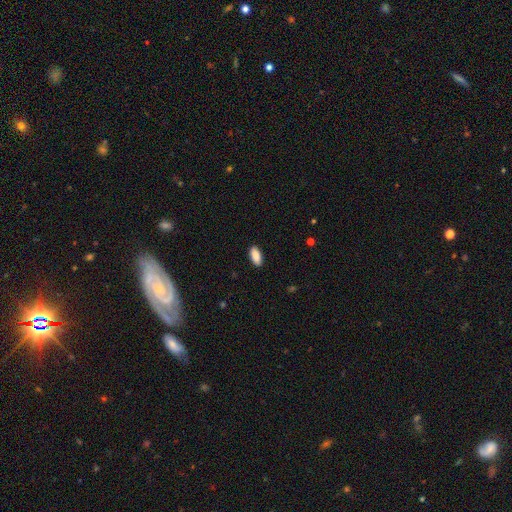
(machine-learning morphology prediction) Smooth or featured? smooth (90%)
How rounded? in between (87%)
Merging? none (89%)